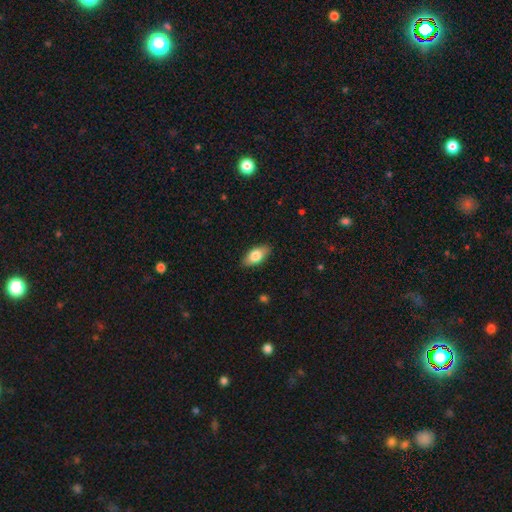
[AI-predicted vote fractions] A smooth galaxy with no disk features (76%) that is in between round and cigar-shaped (88%). Merging: none (87%).